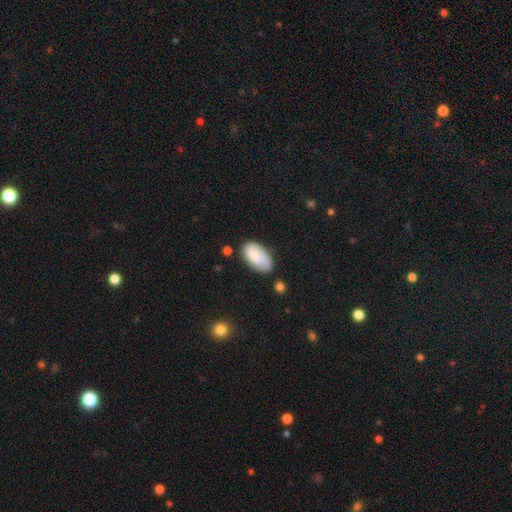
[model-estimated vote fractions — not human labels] This is likely a smooth galaxy (77%). How rounded: clearly in between (95%). Merging: likely none (61%).